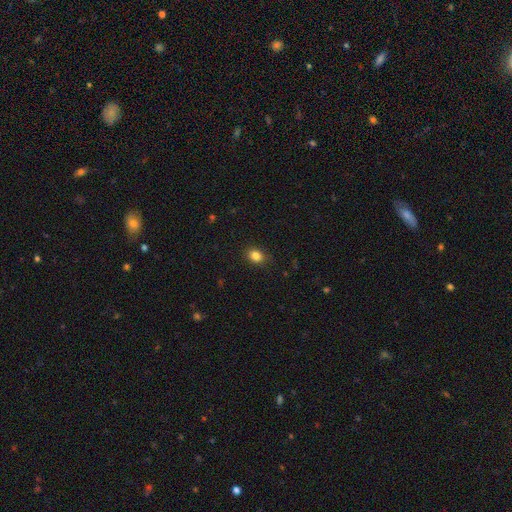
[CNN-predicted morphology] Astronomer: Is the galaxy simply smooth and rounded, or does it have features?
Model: smooth — 84%.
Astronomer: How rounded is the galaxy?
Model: in between — 54% (runner-up: round, 45%).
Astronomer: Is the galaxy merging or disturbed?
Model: none — 87%.